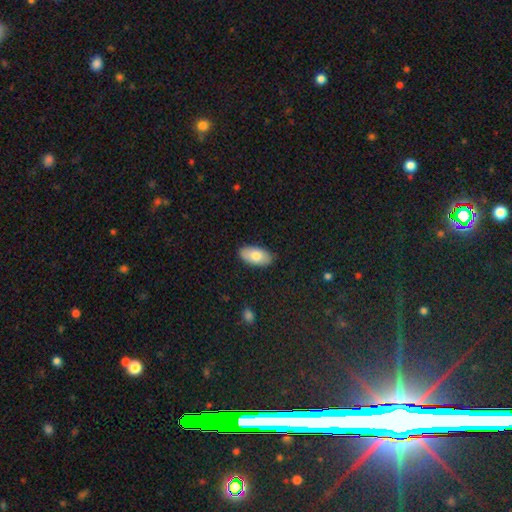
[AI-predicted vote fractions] Morphology: type=smooth (76%); roundness=in between (95%); merging=none (87%).